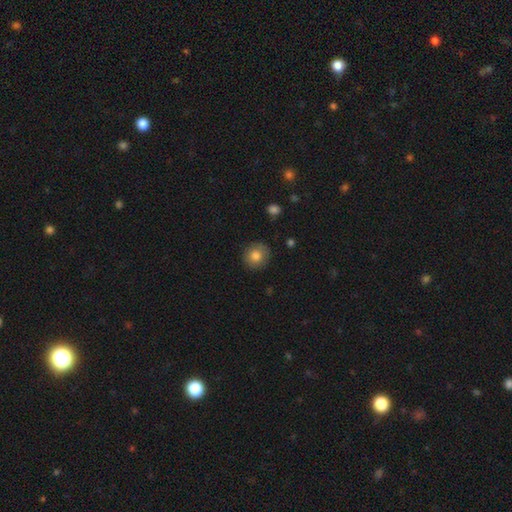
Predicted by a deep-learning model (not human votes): The model was most divided on "smooth or featured": smooth: 81%, featured or disk: 10%, star or artifact: 9%. More confident: how rounded — round (89%); merging — none (87%).